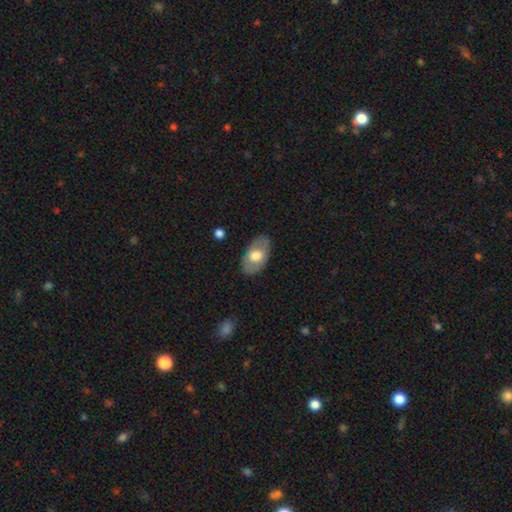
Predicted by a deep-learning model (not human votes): This appears to be a smooth galaxy with no disk features (57%) that is in between round and cigar-shaped (92%). Merging: none (82%).